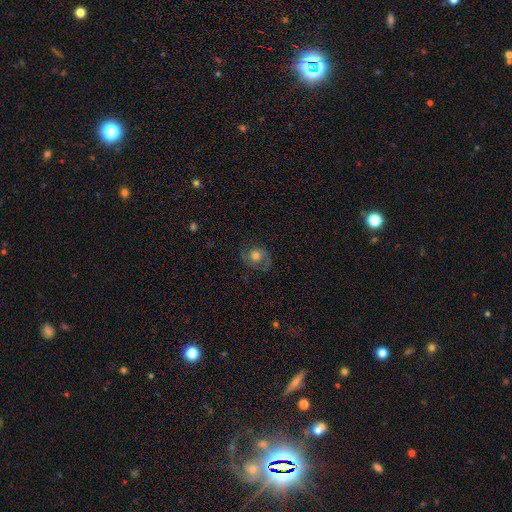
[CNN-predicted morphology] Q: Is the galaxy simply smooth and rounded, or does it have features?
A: featured or disk — 51%.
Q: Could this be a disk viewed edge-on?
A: no — 97%.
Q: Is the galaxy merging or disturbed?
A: none — 73%.